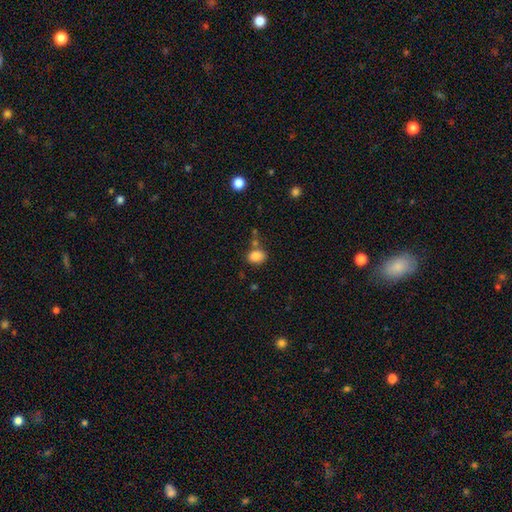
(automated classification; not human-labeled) Smooth or featured?
  - smooth: 85% *
  - star or artifact: 10%
  - featured or disk: 6%
How rounded?
  - in between: 73% *
  - round: 26%
  - cigar-shaped: 1%
Merging?
  - none: 63% *
  - minor disturbance: 16%
  - merger: 15%
  - major disturbance: 5%